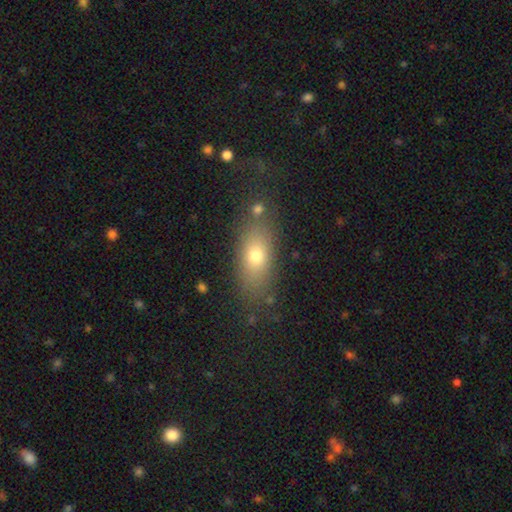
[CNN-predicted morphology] smooth_or_featured: smooth (p=0.70) [alt: featured or disk p=0.19]
how_rounded: in between (p=0.73) [alt: cigar-shaped p=0.18]
merging: none (p=0.75) [alt: minor disturbance p=0.13]